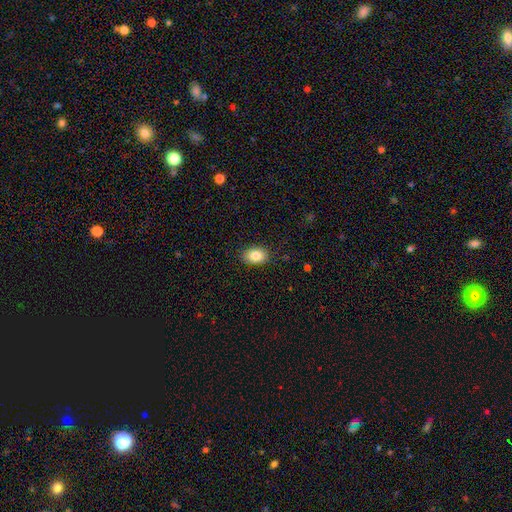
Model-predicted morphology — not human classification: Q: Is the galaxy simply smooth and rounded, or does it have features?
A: smooth — 84%.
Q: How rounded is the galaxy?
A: in between — 79%.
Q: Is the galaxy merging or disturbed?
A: none — 88%.